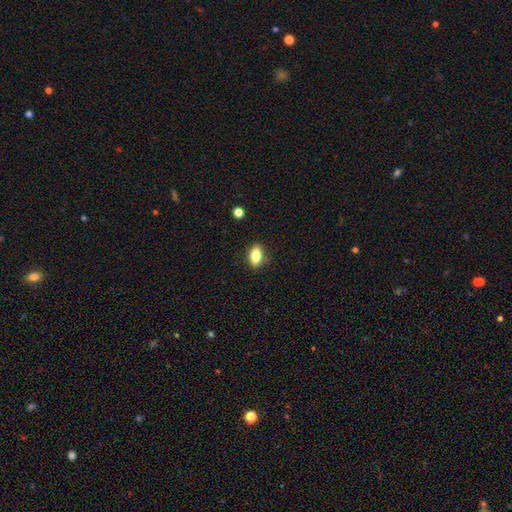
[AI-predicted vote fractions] smooth 81%, featured or disk 11%, star or artifact 8%. Down the decision tree: how rounded — in between (85%); merging — none (85%).